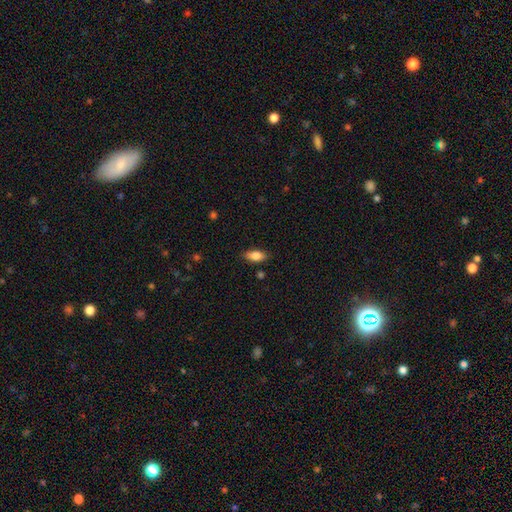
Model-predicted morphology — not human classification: This appears to be a smooth galaxy with no disk features (80%) that is in between round and cigar-shaped (85%). Merging: none (84%).